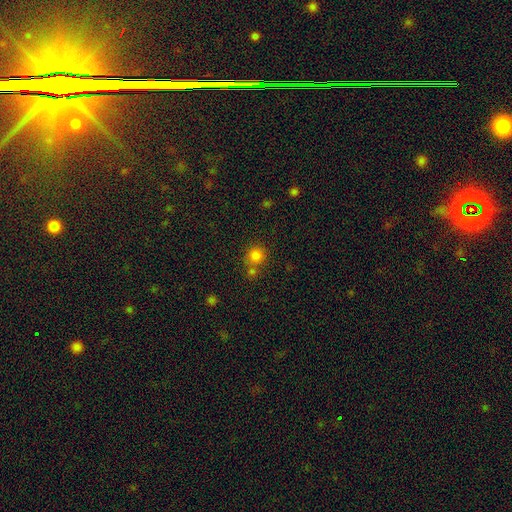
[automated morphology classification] The model was most divided on "merging": none: 63%, merger: 26%, minor disturbance: 9%, major disturbance: 3%. More confident: how rounded — round (90%); smooth or featured — smooth (80%).